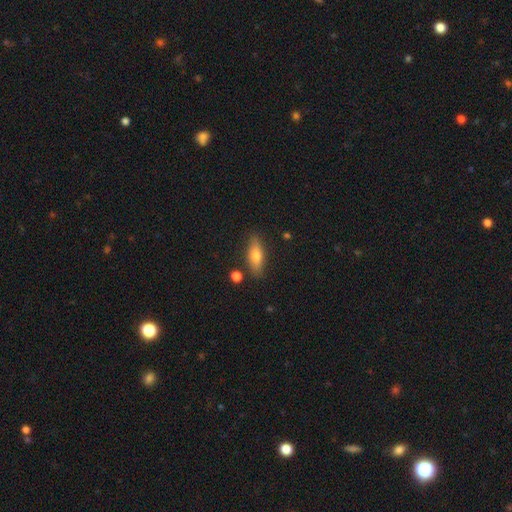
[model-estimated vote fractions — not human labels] This appears to be a smooth galaxy with no disk features (67%) that is in between round and cigar-shaped (61%). Merging: none (83%).